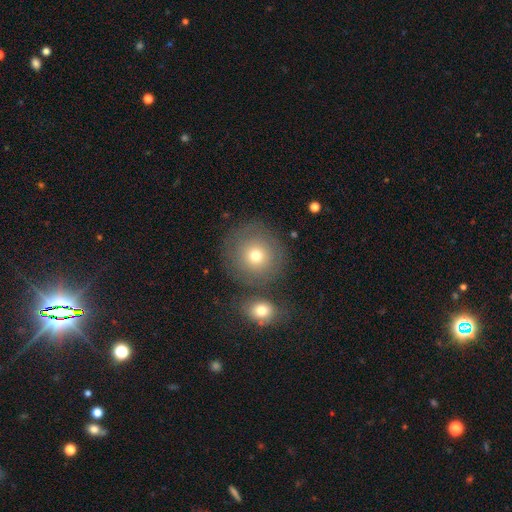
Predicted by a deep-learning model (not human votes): Smooth or featured: smooth — 69% (featured or disk — 19%)
How rounded: round — 90% (in between — 9%)
Merging: none — 72% (minor disturbance — 12%)